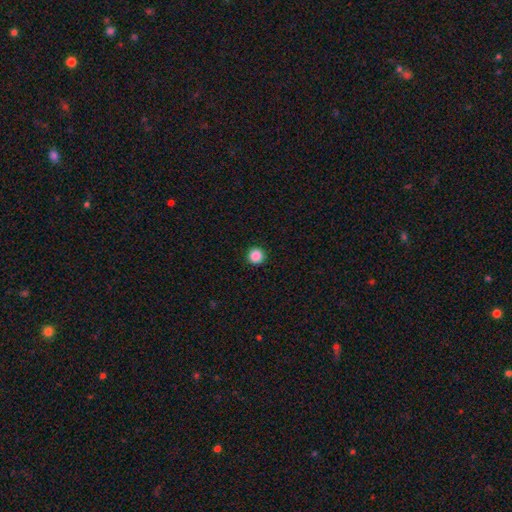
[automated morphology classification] A smooth galaxy with no disk features (88%) that is round (96%). Merging: none (93%).